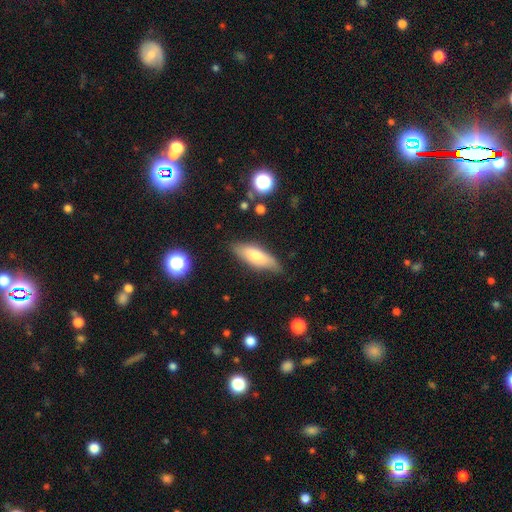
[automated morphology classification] Smooth or featured? Predicted: smooth (p=0.66). How rounded? Predicted: in between (p=0.57). Merging? Predicted: none (p=0.79).